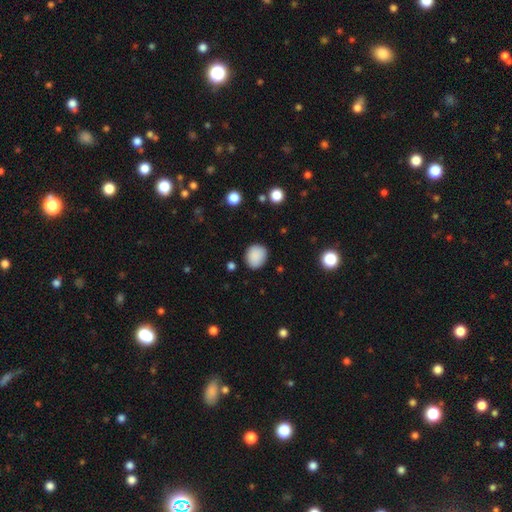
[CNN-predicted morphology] smooth-or-featured: smooth: 88% | star or artifact: 9% | featured or disk: 3%
  how-rounded: round: 68% | in between: 31% | cigar-shaped: 1%
  merging: none: 86% | minor disturbance: 10% | major disturbance: 3% | merger: 1%